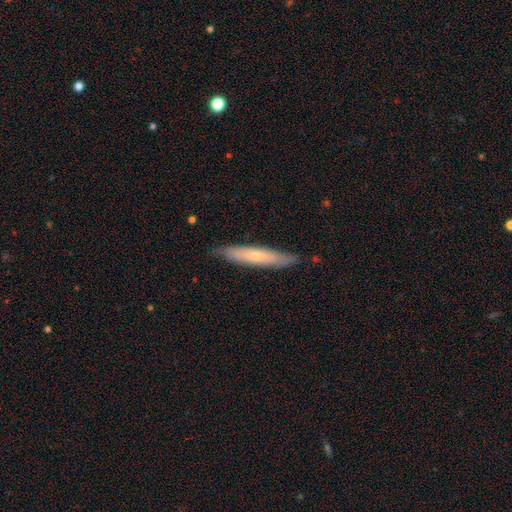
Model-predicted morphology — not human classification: type=smooth (54%); roundness=cigar-shaped (91%); merging=none (85%).